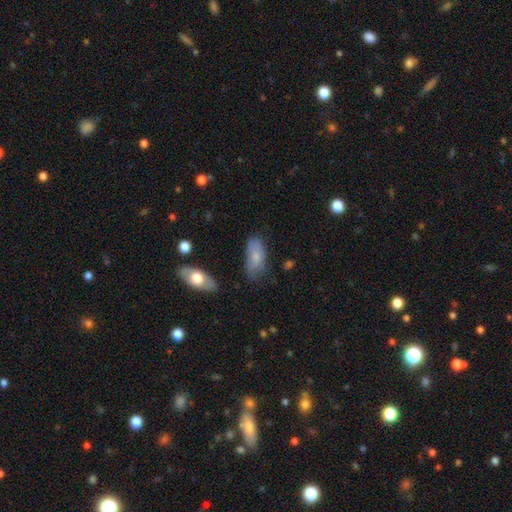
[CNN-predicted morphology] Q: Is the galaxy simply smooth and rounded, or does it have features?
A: smooth — 73%.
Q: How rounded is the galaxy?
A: in between — 89%.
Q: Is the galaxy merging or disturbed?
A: none — 58%.